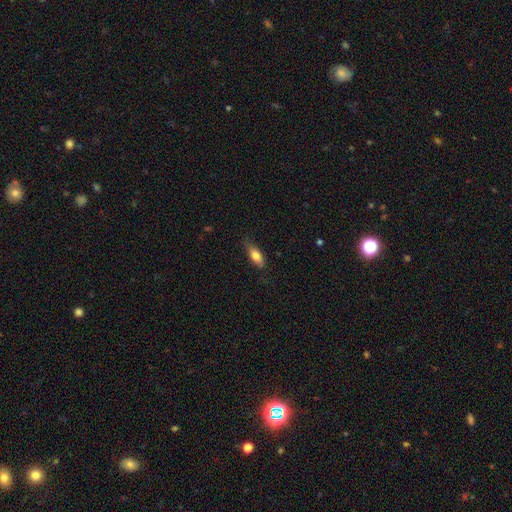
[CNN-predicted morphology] smooth_or_featured: smooth (p=0.73) [alt: featured or disk p=0.20]
how_rounded: in between (p=0.70) [alt: cigar-shaped p=0.27]
merging: none (p=0.73) [alt: minor disturbance p=0.21]